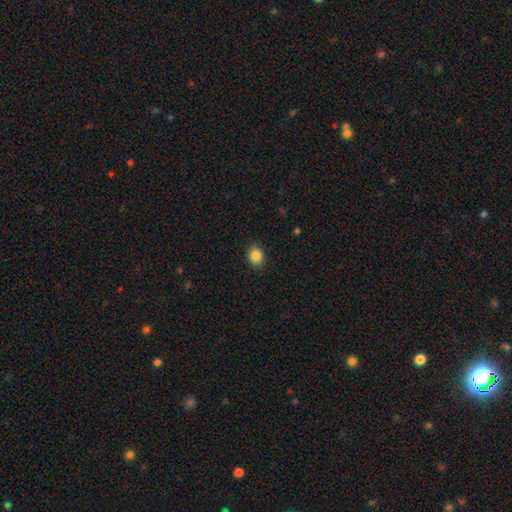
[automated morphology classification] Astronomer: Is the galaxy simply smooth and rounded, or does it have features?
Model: smooth — 86%.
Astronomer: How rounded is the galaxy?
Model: round — 59% (runner-up: in between, 40%).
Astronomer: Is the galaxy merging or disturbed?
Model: none — 88%.